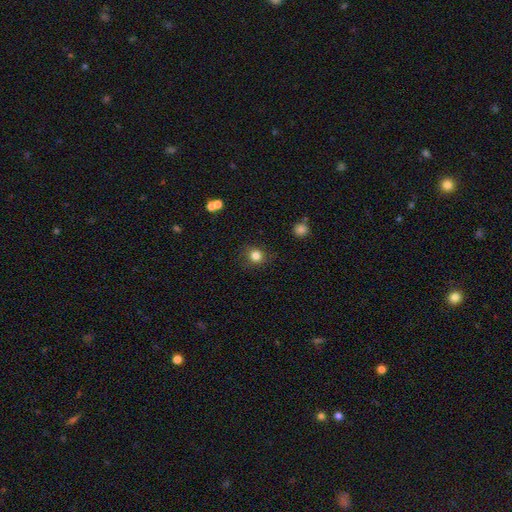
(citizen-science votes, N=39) smooth_or_featured: smooth (p=0.85) [alt: star or artifact p=0.10]
how_rounded: round (p=0.73) [alt: in between p=0.27]
merging: none (p=0.86) [alt: major disturbance p=0.09]